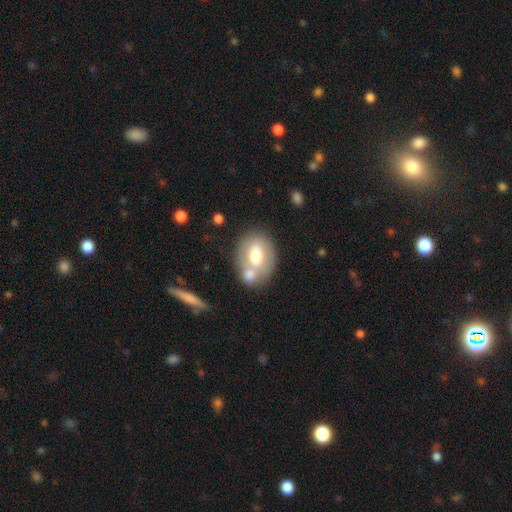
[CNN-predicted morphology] Overall: smooth (61%; featured or disk 32%). How rounded: in between (76%). Merging: none (41%; merger 40%).